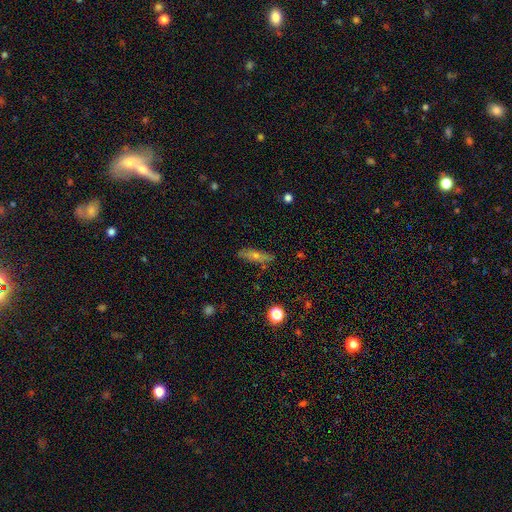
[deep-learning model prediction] A smooth galaxy with no disk features (46%).

Vote fractions:
- Smooth or featured? smooth: 46% / featured or disk: 42% / star or artifact: 12%
- Merging? none: 83% / minor disturbance: 13% / major disturbance: 3% / merger: 2%